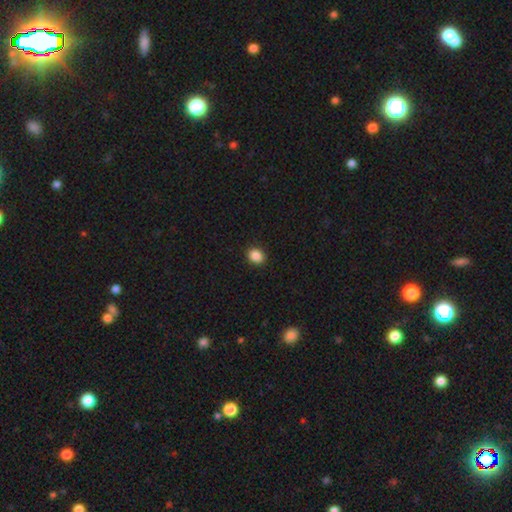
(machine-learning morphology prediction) The model was most divided on "how rounded": round: 58%, in between: 41%, cigar-shaped: 1%. More confident: merging — none (92%); smooth or featured — smooth (88%).